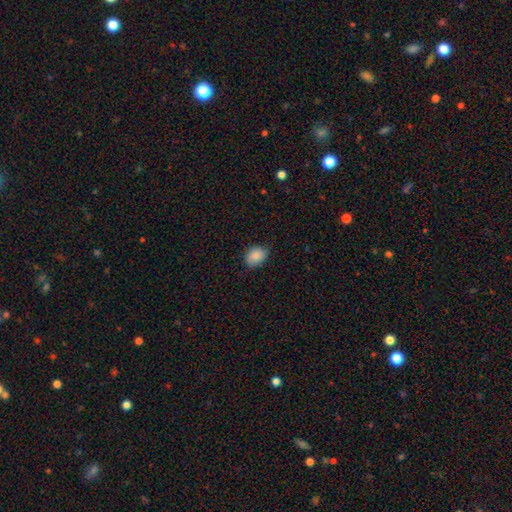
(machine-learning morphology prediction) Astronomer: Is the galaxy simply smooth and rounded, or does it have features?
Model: smooth — 86%.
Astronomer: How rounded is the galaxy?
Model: in between — 61% (runner-up: round, 38%).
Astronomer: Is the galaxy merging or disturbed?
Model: none — 73%.